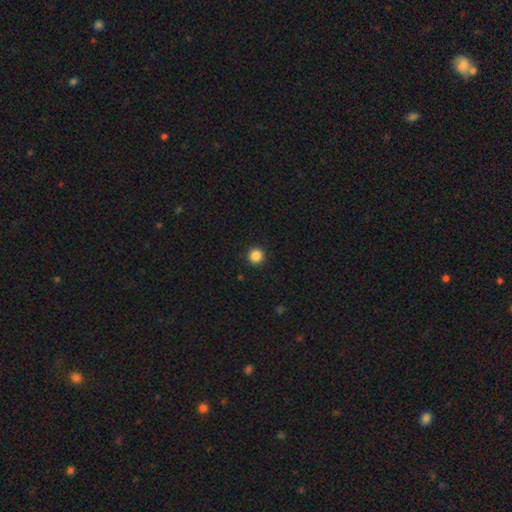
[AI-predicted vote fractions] Smooth or featured: smooth — 86% (star or artifact — 11%)
How rounded: round — 96% (in between — 3%)
Merging: none — 93% (minor disturbance — 4%)